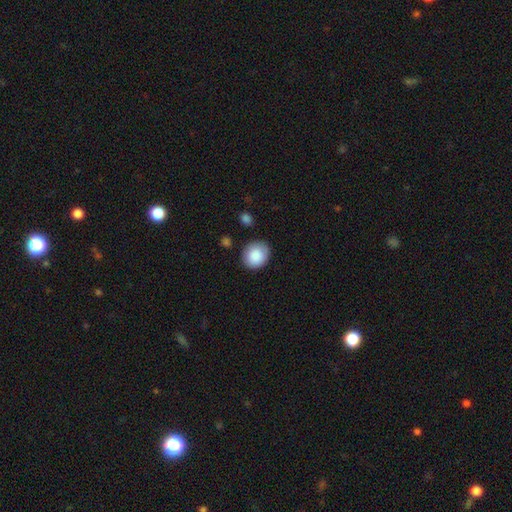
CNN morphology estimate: smooth_or_featured: smooth (p=0.87) [alt: star or artifact p=0.07]
how_rounded: round (p=0.68) [alt: in between p=0.31]
merging: none (p=0.81) [alt: minor disturbance p=0.13]